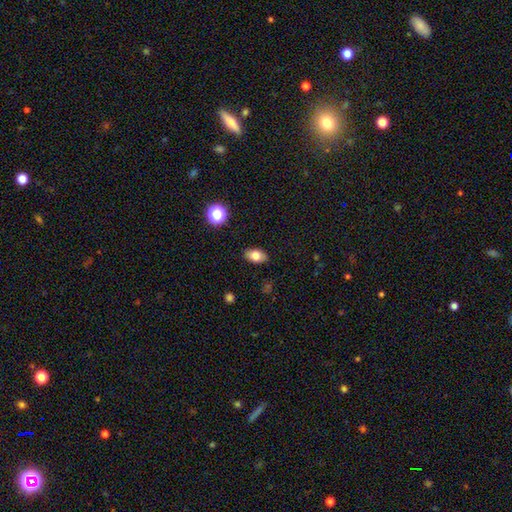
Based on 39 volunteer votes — Morphology: type=smooth (87%); roundness=in between (85%); merging=none (74%).